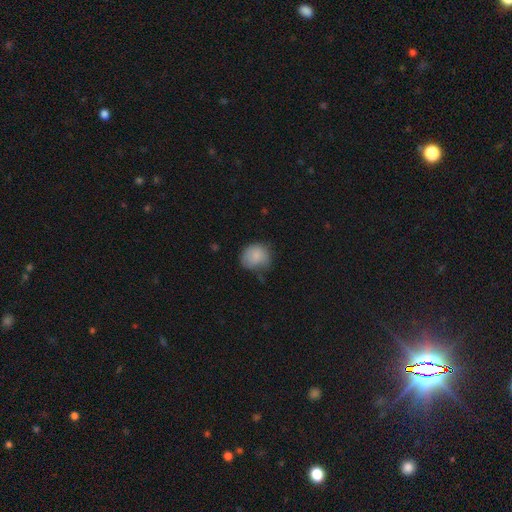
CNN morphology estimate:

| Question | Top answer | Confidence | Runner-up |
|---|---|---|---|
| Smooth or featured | smooth | 84% | star or artifact (8%) |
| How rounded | round | 66% | in between (33%) |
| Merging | none | 55% | minor disturbance (32%) |